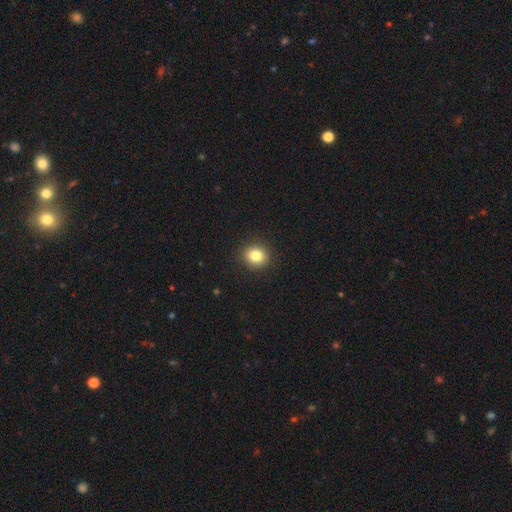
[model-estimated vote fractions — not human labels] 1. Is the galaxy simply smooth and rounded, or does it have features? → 83% smooth, 11% star or artifact, 6% featured or disk.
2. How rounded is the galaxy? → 77% round, 22% in between, 1% cigar-shaped.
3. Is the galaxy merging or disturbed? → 91% none, 6% minor disturbance, 2% major disturbance, 1% merger.